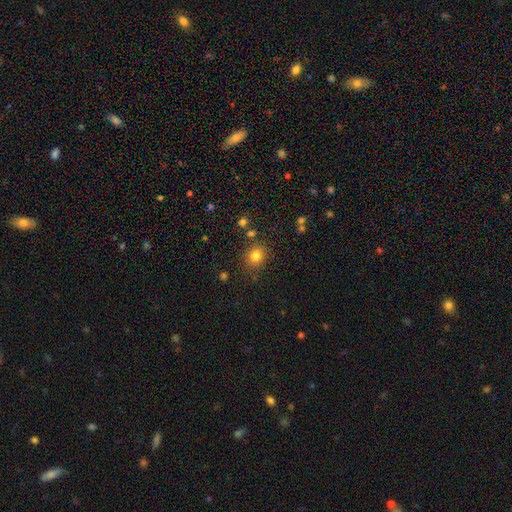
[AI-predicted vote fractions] A smooth galaxy with no disk features (80%) that is round (73%). Merging: none (80%).